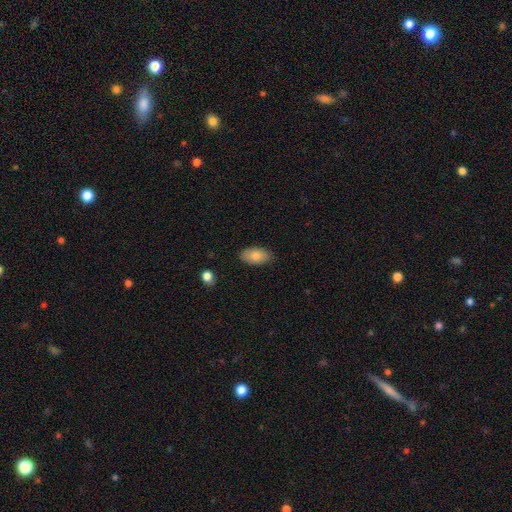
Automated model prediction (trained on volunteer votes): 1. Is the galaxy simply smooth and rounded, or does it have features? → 81% smooth, 12% featured or disk, 7% star or artifact.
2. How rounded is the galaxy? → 94% in between, 4% round, 2% cigar-shaped.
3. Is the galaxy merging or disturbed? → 85% none, 12% minor disturbance, 2% major disturbance, 1% merger.